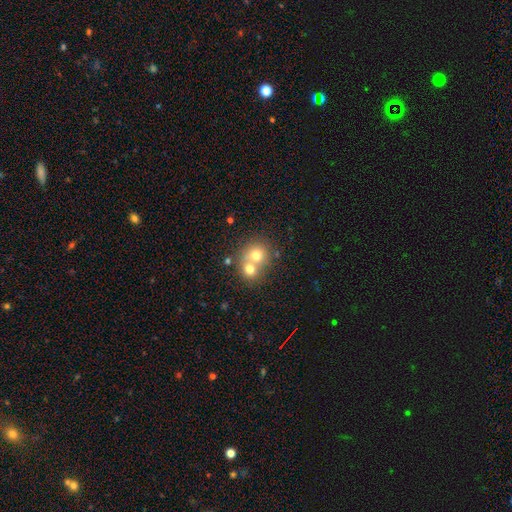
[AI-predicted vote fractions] The model was most divided on "merging": merger: 60%, none: 33%, minor disturbance: 5%, major disturbance: 2%. More confident: how rounded — round (80%); smooth or featured — smooth (69%).